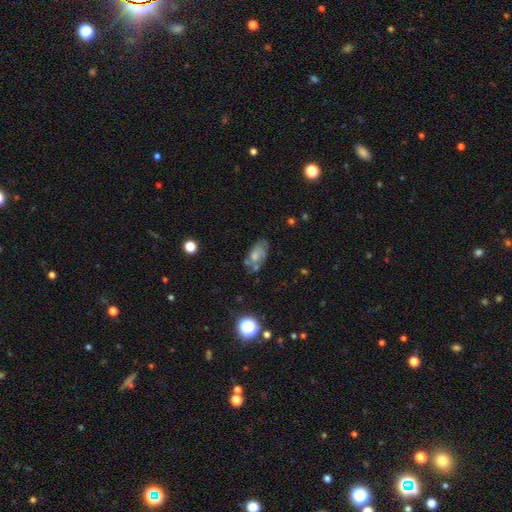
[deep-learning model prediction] The model was most divided on "smooth or featured": smooth: 48%, featured or disk: 39%, star or artifact: 12%. Remaining: merging — none (47%).